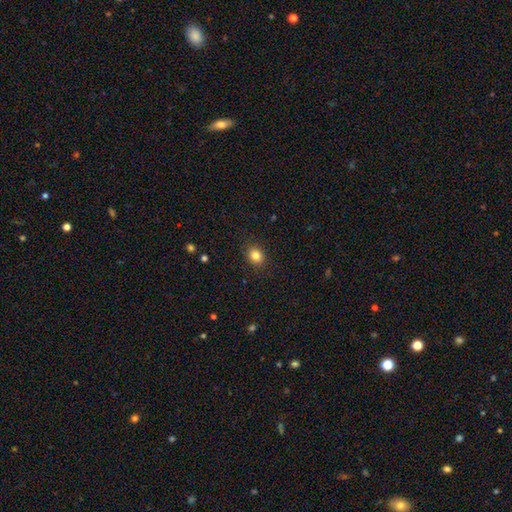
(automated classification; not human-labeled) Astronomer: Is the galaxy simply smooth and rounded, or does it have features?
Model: smooth — 83%.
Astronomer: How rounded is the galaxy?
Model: round — 56% (runner-up: in between, 43%).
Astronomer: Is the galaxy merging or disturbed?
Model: none — 89%.